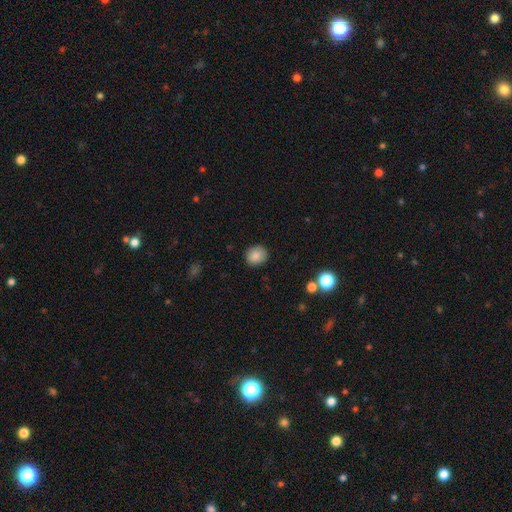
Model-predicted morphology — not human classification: Smooth or featured: smooth — 86% (star or artifact — 9%)
How rounded: round — 75% (in between — 25%)
Merging: none — 88% (minor disturbance — 9%)